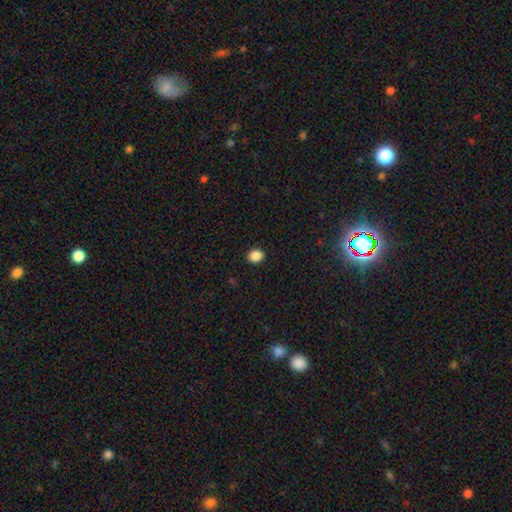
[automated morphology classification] type=smooth (88%); roundness=round (68%); merging=none (92%).